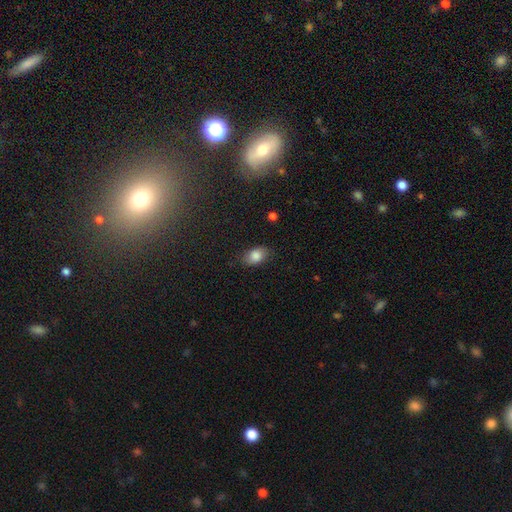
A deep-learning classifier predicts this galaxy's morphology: This is clearly a smooth galaxy (84%). How rounded: clearly in between (86%). Merging: clearly none (81%).